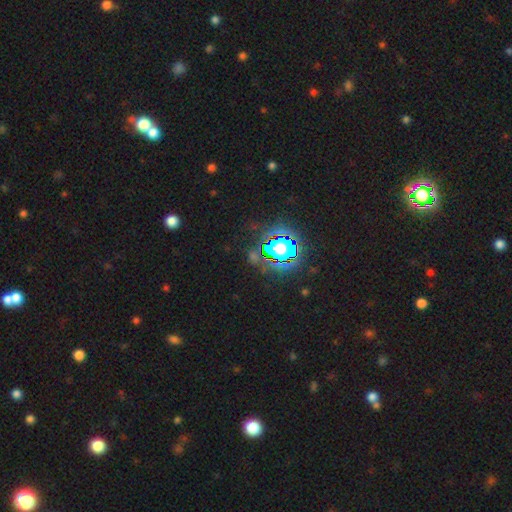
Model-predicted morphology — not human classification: The model was most divided on "smooth or featured": star or artifact: 73%, smooth: 18%, featured or disk: 9%.